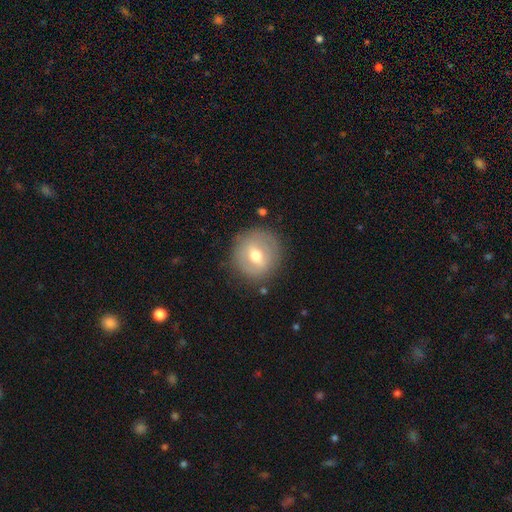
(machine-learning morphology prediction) This appears to be a smooth galaxy with no disk features (51%) that is round (89%). Merging: none (84%).